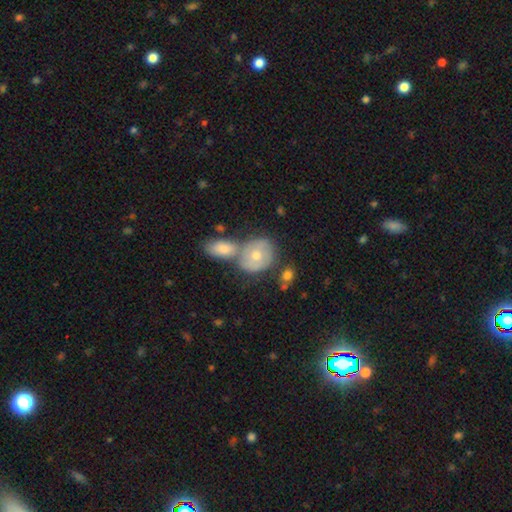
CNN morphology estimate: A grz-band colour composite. It shows a featured or disk galaxy (47%). Merging: none (44%).